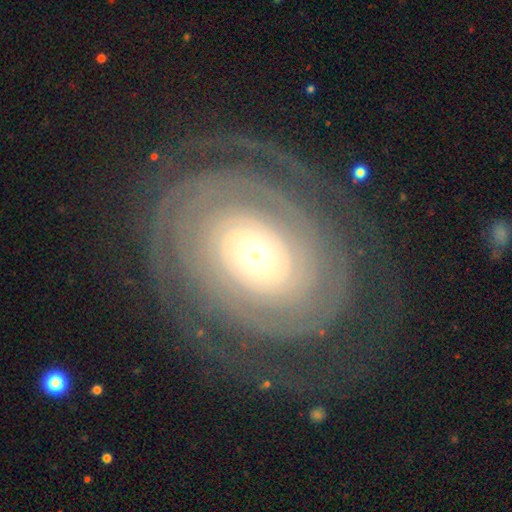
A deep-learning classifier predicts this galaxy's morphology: type=featured or disk (85%); edge-on=no (96%); bar=no (82%); spiral arms=yes (91%); winding=tight (81%); arm count=2 (33%); bulge=small (49%); merging=none (74%).